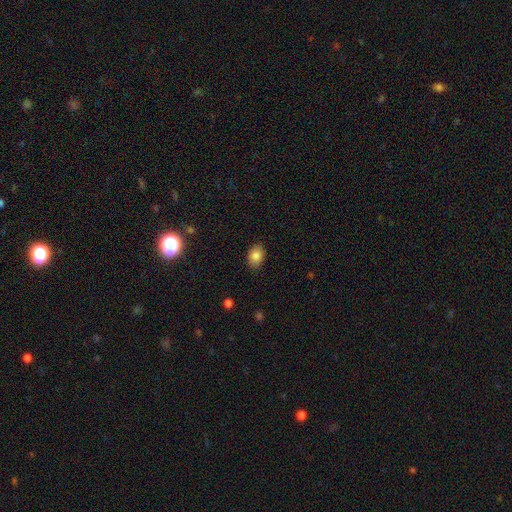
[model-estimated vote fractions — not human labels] smooth-or-featured: smooth: 85% | star or artifact: 9% | featured or disk: 6%
  how-rounded: in between: 78% | round: 21% | cigar-shaped: 1%
  merging: none: 86% | minor disturbance: 11% | major disturbance: 2% | merger: 1%